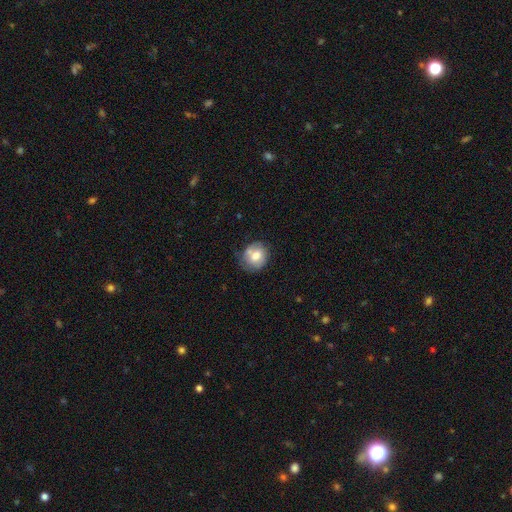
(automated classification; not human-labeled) Morphology: type=smooth (65%); roundness=round (77%); merging=none (66%).